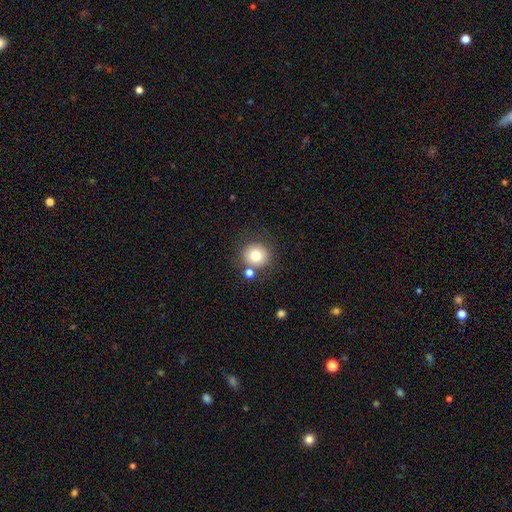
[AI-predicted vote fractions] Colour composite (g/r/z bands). It shows a smooth galaxy with no disk features (78%) that is round (91%). Merging: none (75%).